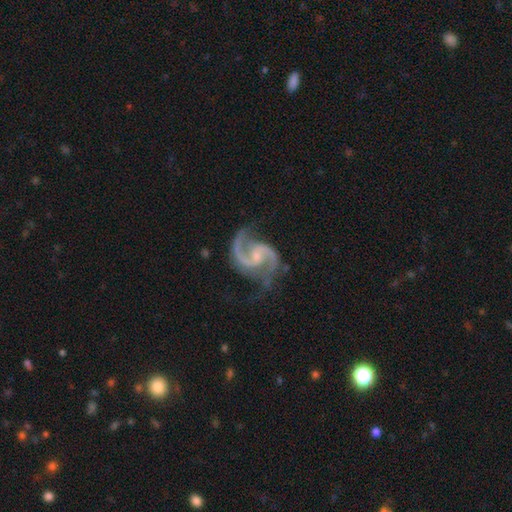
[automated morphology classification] smooth_or_featured: featured or disk (p=0.94) [alt: star or artifact p=0.04]
disk_edge_on: no (p=0.98) [alt: yes p=0.02]
bar: weak (p=0.46) [alt: no p=0.41]
has_spiral_arms: yes (p=0.99) [alt: no p=0.01]
spiral_winding: medium (p=0.64) [alt: loose p=0.25]
spiral_arm_count: 2 (p=0.94) [alt: can't tell p=0.01]
bulge_size: small (p=0.59) [alt: moderate p=0.25]
merging: none (p=0.71) [alt: minor disturbance p=0.19]